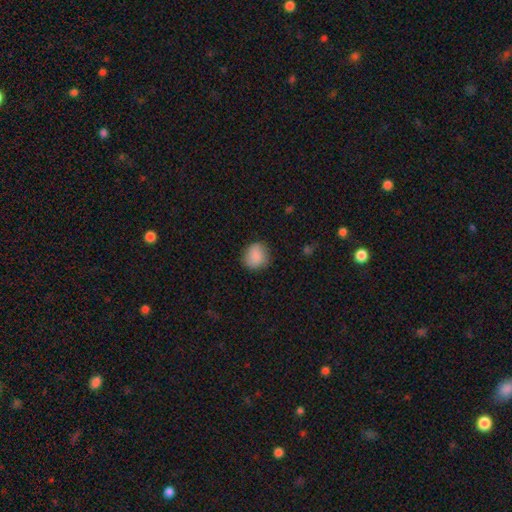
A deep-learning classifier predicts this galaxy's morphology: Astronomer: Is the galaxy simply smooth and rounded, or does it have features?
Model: smooth — 87%.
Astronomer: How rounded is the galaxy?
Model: round — 81%.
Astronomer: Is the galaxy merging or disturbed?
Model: none — 82%.